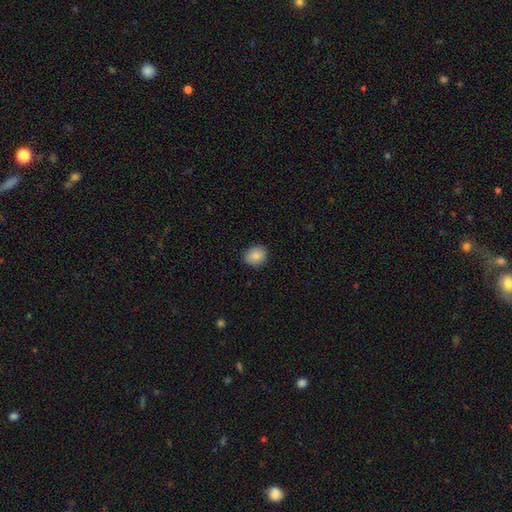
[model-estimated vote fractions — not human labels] smooth-or-featured: smooth: 86% | star or artifact: 8% | featured or disk: 6%
  how-rounded: round: 57% | in between: 42% | cigar-shaped: 1%
  merging: none: 86% | minor disturbance: 11% | major disturbance: 2% | merger: 1%